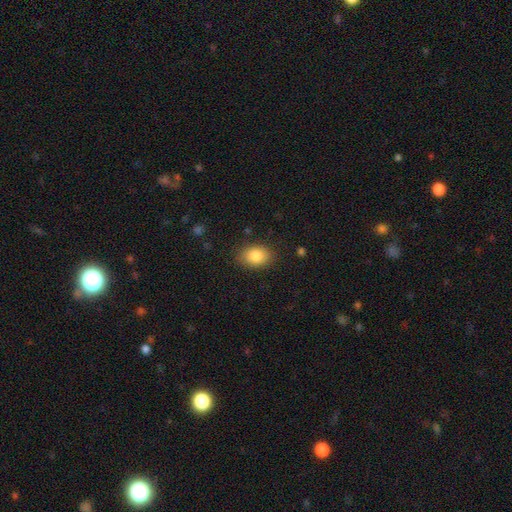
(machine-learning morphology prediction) Smooth or featured: smooth — 85% (star or artifact — 8%)
How rounded: in between — 73% (round — 26%)
Merging: none — 84% (minor disturbance — 12%)